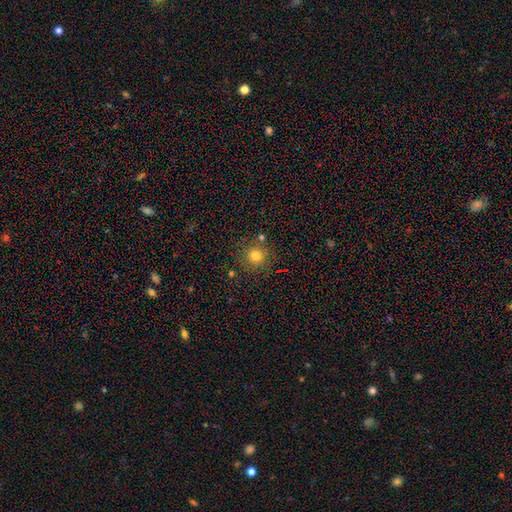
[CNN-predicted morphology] Overall: smooth (78%). How rounded: round (94%). Merging: none (82%).